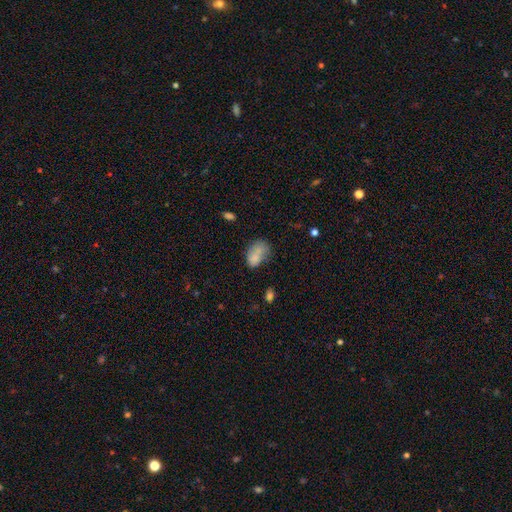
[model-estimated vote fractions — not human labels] smooth_or_featured: smooth (p=0.76) [alt: featured or disk p=0.14]
how_rounded: in between (p=0.87) [alt: round p=0.12]
merging: none (p=0.37) [alt: minor disturbance p=0.27]